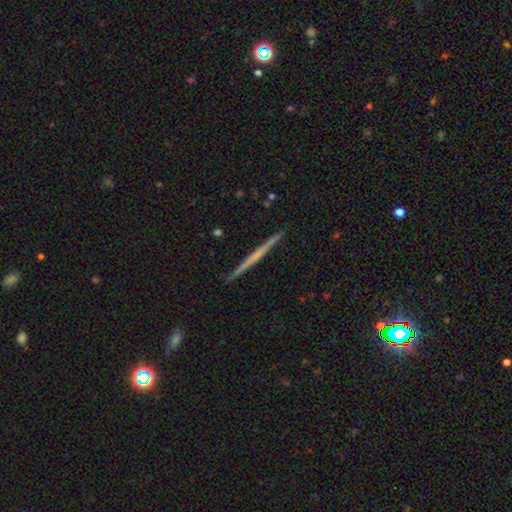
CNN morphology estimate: This is likely a featured or disk galaxy (61%). It is clearly viewed edge-on (98%). Edge-on bulge: clearly none (83%). Merging: clearly none (93%).